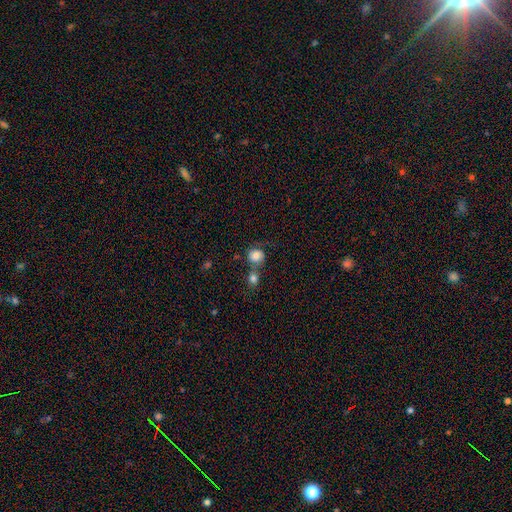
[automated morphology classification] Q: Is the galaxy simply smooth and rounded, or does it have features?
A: smooth — 79%.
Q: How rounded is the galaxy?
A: round — 80%.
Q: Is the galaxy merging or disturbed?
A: none — 46%.